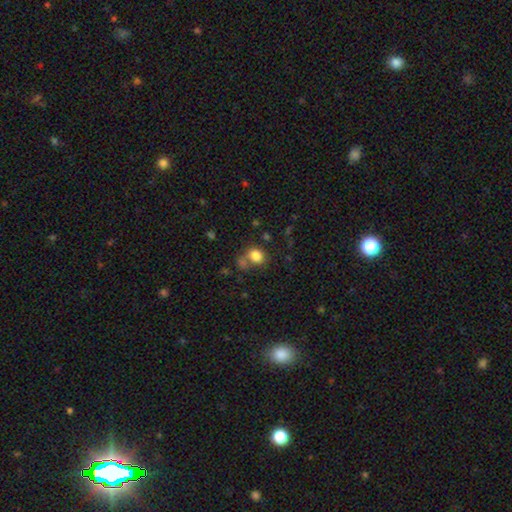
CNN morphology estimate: Smooth or featured? Predicted: smooth (p=0.82). How rounded? Predicted: round (p=0.63). Merging? Predicted: none (p=0.59).